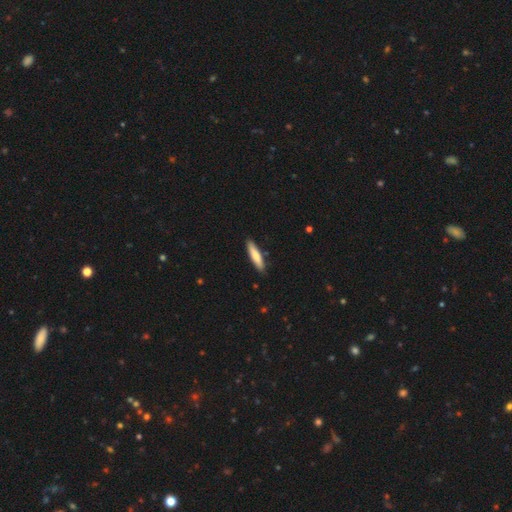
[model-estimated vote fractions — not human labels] smooth 76%, featured or disk 19%, star or artifact 5%. Down the decision tree: how rounded — cigar-shaped (83%); merging — none (88%).